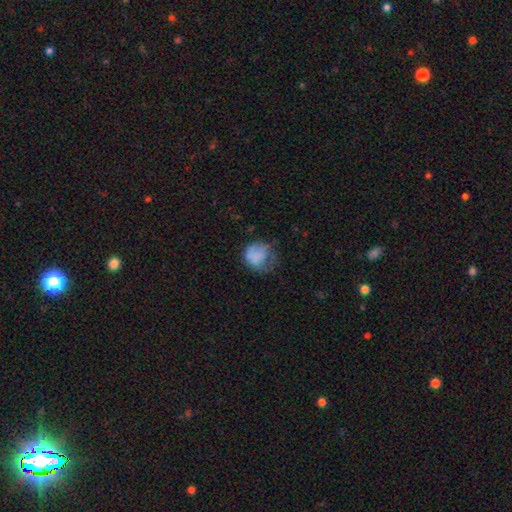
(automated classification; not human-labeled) Smooth or featured?
  - smooth: 73% *
  - featured or disk: 18%
  - star or artifact: 9%
How rounded?
  - round: 74% *
  - in between: 25%
  - cigar-shaped: 1%
Merging?
  - none: 38% *
  - minor disturbance: 31%
  - major disturbance: 29%
  - merger: 2%